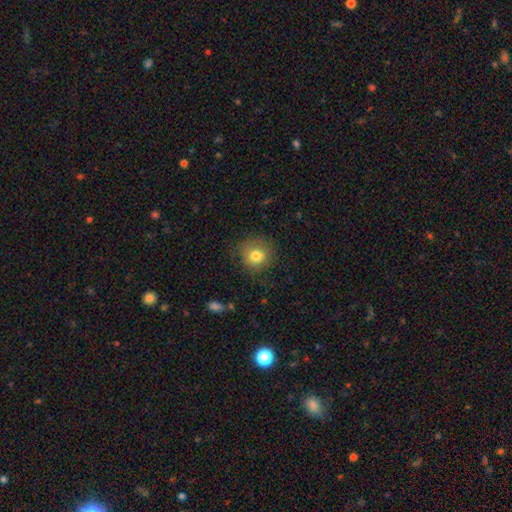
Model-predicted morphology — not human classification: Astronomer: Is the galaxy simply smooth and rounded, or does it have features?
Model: smooth — 79%.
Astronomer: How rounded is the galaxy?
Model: round — 88%.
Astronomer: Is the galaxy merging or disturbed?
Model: none — 80%.